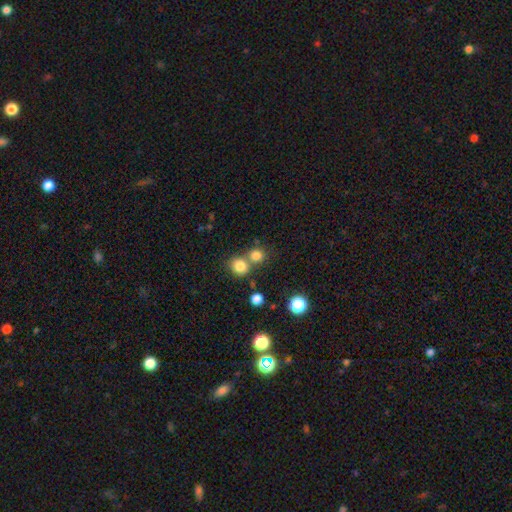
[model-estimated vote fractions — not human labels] smooth 79%, star or artifact 14%, featured or disk 7%. Down the decision tree: how rounded — round (84%); merging — none (53%).